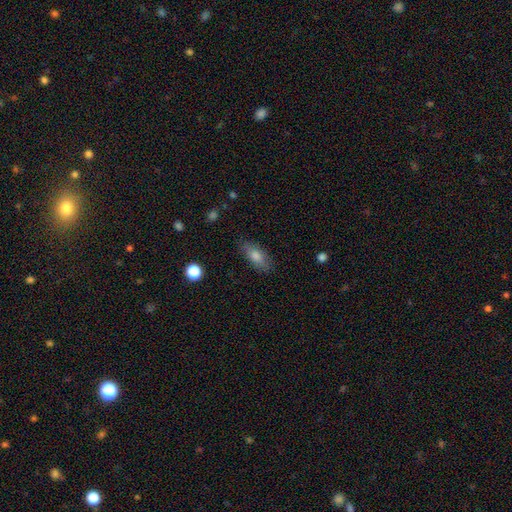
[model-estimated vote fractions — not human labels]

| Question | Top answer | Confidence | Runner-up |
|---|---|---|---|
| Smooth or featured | smooth | 74% | featured or disk (18%) |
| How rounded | in between | 77% | cigar-shaped (19%) |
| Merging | none | 84% | minor disturbance (12%) |